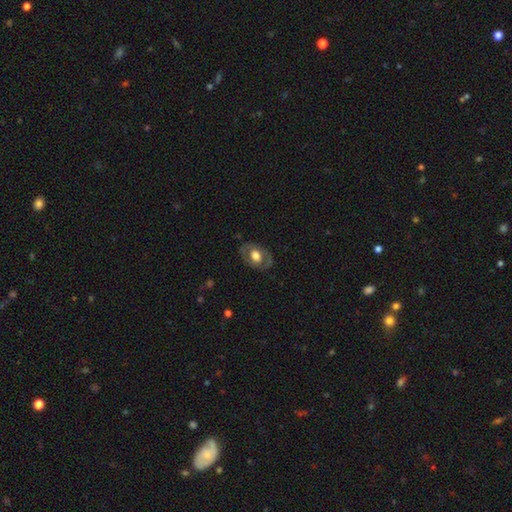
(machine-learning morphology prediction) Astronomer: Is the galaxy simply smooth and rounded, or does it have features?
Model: featured or disk — 47%, tied with smooth at 47%.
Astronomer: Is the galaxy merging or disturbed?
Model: none — 78%.